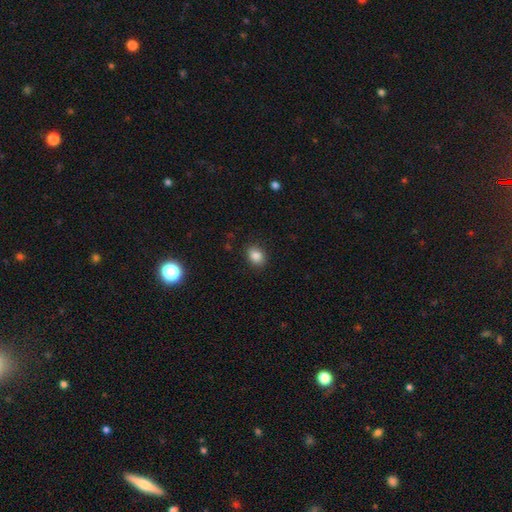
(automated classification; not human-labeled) Q: Smooth or featured?
A: smooth (86%); runner-up: star or artifact (10%)
Q: How rounded?
A: in between (57%); runner-up: round (42%)
Q: Merging?
A: none (87%); runner-up: minor disturbance (9%)